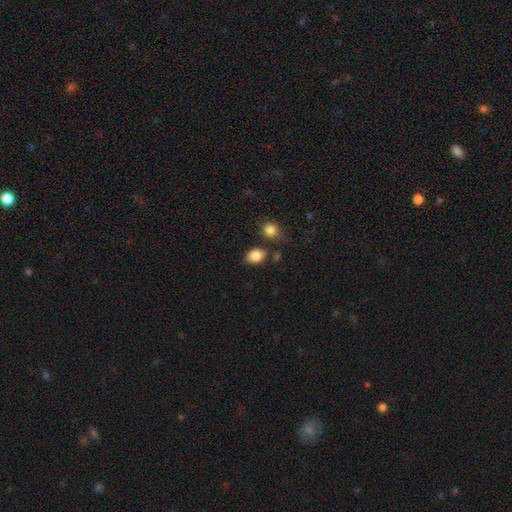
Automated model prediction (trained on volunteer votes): A smooth galaxy with no disk features (85%) that is in between round and cigar-shaped (66%).

Vote fractions:
- Smooth or featured? smooth: 85% / star or artifact: 9% / featured or disk: 6%
- How rounded? in between: 66% / round: 33% / cigar-shaped: 1%
- Merging? none: 72% / minor disturbance: 15% / merger: 9% / major disturbance: 4%